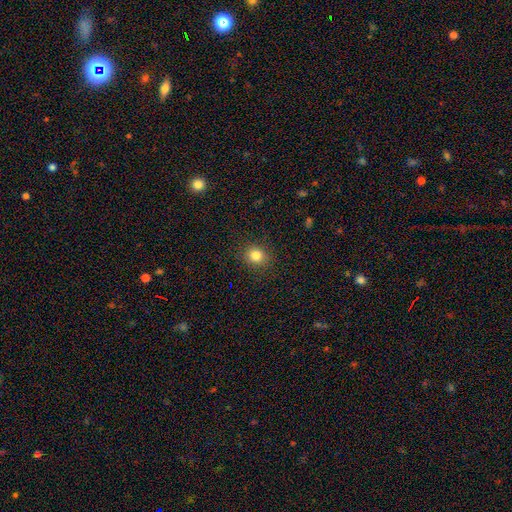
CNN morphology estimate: smooth-or-featured: smooth: 82% | star or artifact: 12% | featured or disk: 6%
  how-rounded: round: 79% | in between: 21% | cigar-shaped: 1%
  merging: none: 89% | minor disturbance: 7% | major disturbance: 2% | merger: 1%